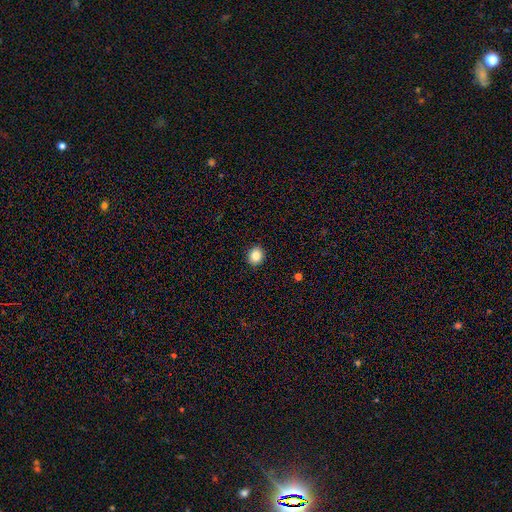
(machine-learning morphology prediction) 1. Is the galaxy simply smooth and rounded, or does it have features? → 85% smooth, 10% star or artifact, 5% featured or disk.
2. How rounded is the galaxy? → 65% round, 34% in between, 1% cigar-shaped.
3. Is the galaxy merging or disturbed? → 91% none, 6% minor disturbance, 2% major disturbance, 1% merger.